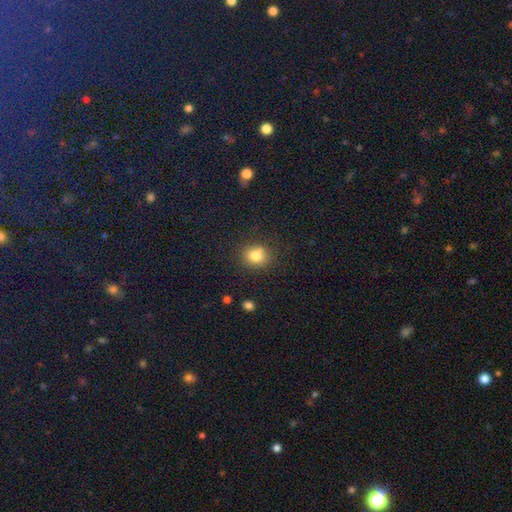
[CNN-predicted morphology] smooth-or-featured: smooth: 79% | star or artifact: 13% | featured or disk: 8%
  how-rounded: round: 70% | in between: 29% | cigar-shaped: 1%
  merging: none: 70% | minor disturbance: 15% | merger: 11% | major disturbance: 5%